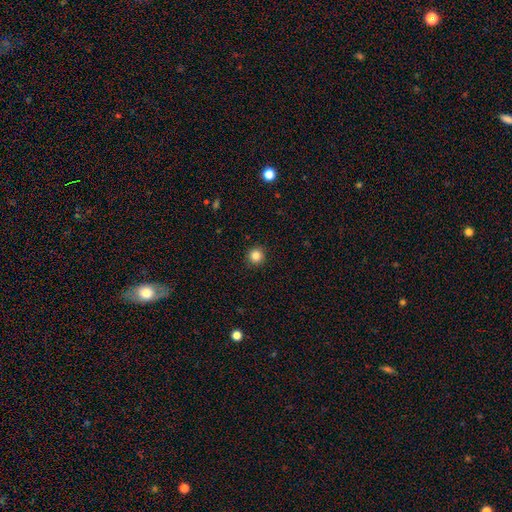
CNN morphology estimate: Smooth or featured? Predicted: smooth (p=0.85). How rounded? Predicted: round (p=0.95). Merging? Predicted: none (p=0.92).